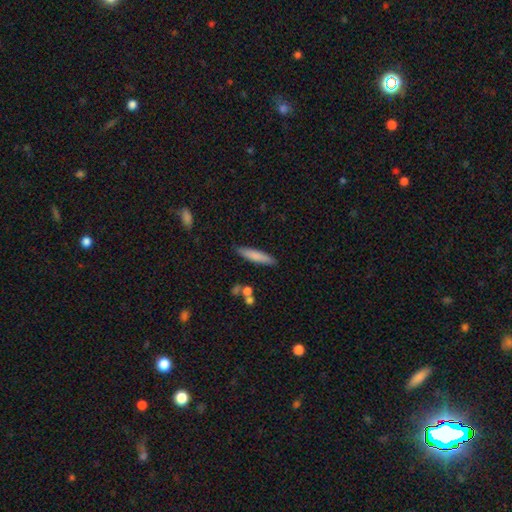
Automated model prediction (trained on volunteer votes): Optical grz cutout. It shows a smooth galaxy with no disk features (78%) that is cigar-shaped (86%). Merging: none (87%).